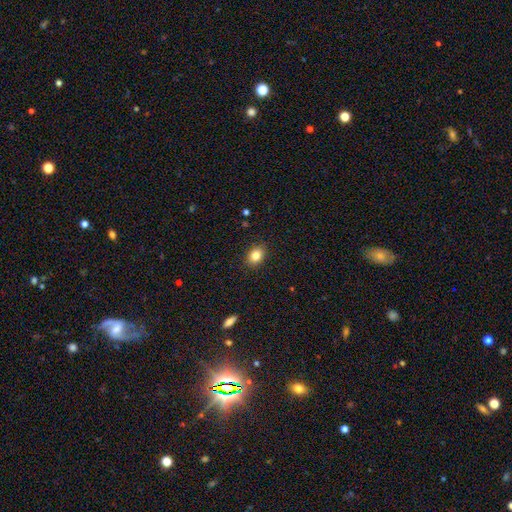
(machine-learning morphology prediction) Smooth or featured?
  - smooth: 83% *
  - star or artifact: 10%
  - featured or disk: 7%
How rounded?
  - in between: 64% *
  - round: 35%
  - cigar-shaped: 1%
Merging?
  - none: 88% *
  - minor disturbance: 8%
  - major disturbance: 2%
  - merger: 1%